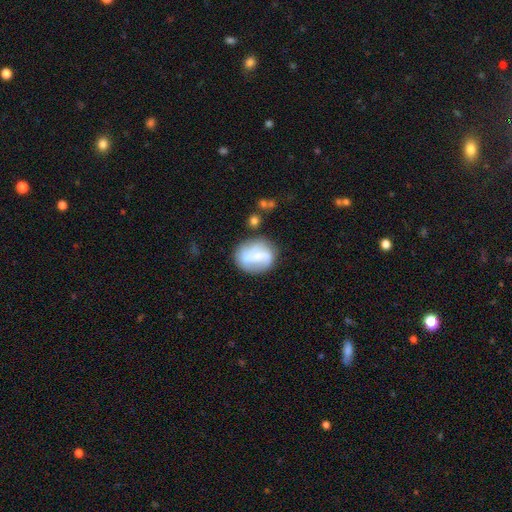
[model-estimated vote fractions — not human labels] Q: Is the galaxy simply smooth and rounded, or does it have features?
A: featured or disk — 51%.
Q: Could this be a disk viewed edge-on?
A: no — 97%.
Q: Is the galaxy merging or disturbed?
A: none — 60%.